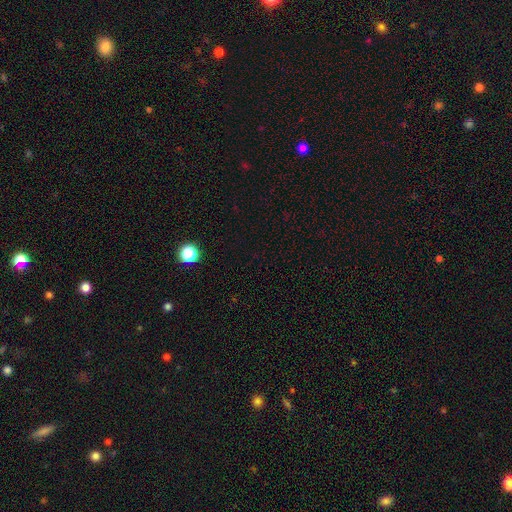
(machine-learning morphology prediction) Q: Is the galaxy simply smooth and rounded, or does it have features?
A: star or artifact — 68%.